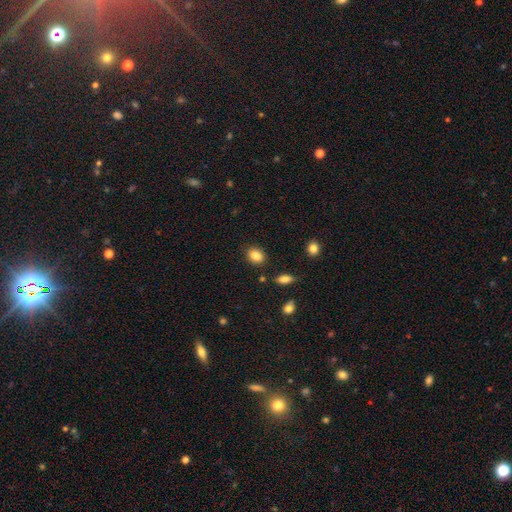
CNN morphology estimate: type=smooth (86%); roundness=in between (57%); merging=none (85%).